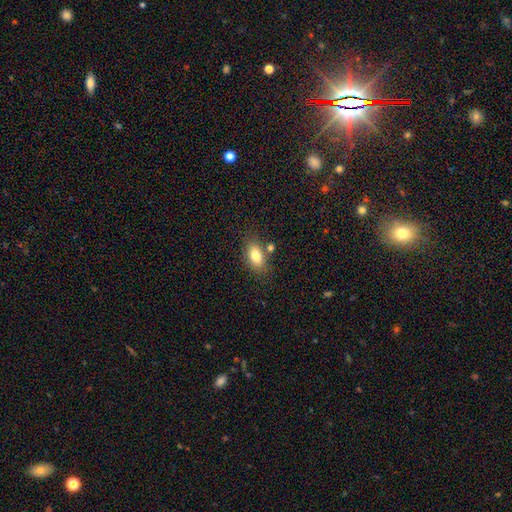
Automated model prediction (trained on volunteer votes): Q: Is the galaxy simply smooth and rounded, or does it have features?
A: smooth — 80%.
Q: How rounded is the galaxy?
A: in between — 86%.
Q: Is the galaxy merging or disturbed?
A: none — 73%.